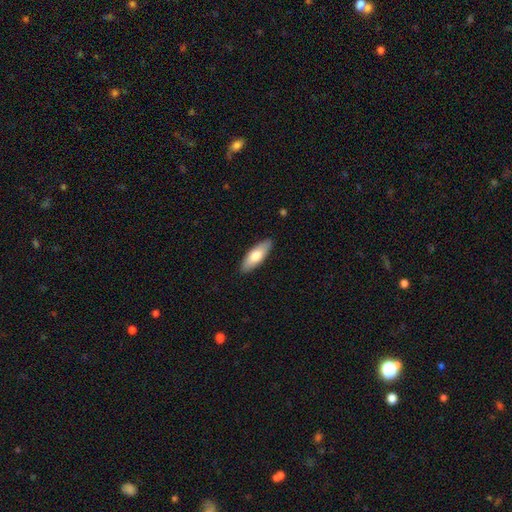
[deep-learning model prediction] Smooth or featured: smooth — 72% (featured or disk — 23%)
How rounded: in between — 63% (cigar-shaped — 35%)
Merging: none — 89% (minor disturbance — 9%)